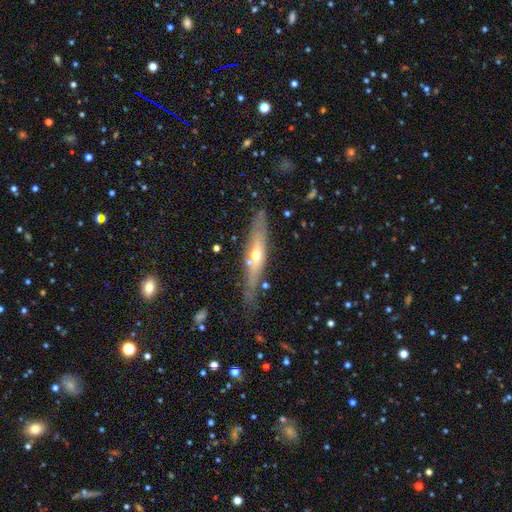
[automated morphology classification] This is possibly a featured or disk galaxy (59%). It is likely viewed edge-on (76%). Merging: likely none (76%).